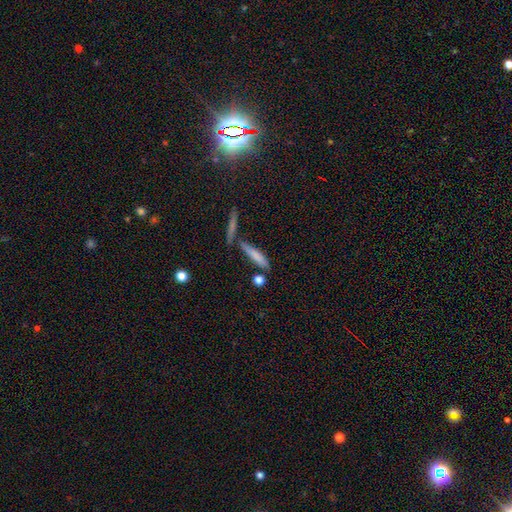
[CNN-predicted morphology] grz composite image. It shows a smooth galaxy with no disk features (75%) that is cigar-shaped (83%). Merging: none (66%).